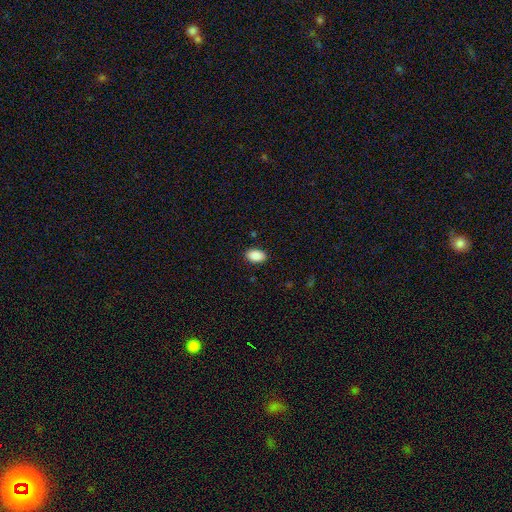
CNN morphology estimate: A smooth galaxy with no disk features (90%) that is in between round and cigar-shaped (90%).

Vote fractions:
- Smooth or featured? smooth: 90% / star or artifact: 7% / featured or disk: 3%
- How rounded? in between: 90% / round: 8% / cigar-shaped: 1%
- Merging? none: 88% / minor disturbance: 9% / major disturbance: 2% / merger: 1%